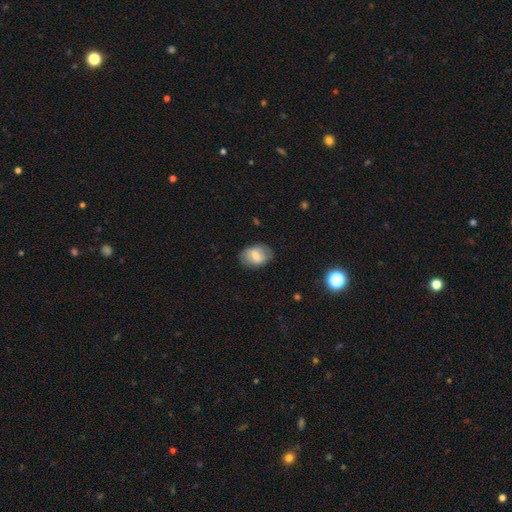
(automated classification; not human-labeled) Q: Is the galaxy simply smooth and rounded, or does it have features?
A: smooth — 70%.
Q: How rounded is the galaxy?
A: in between — 77%.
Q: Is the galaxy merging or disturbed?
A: none — 77%.